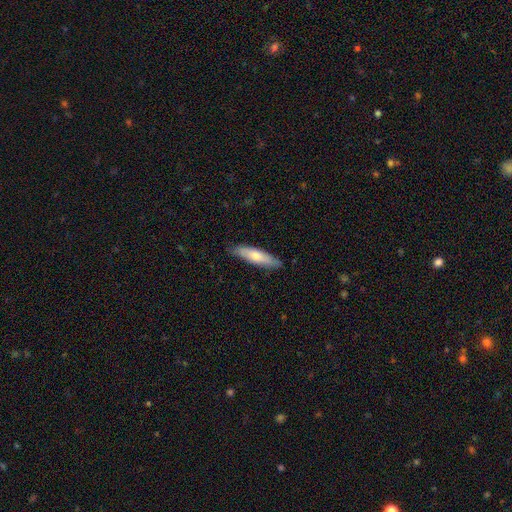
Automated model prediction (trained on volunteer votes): Smooth or featured? Predicted: smooth (p=0.63). How rounded? Predicted: cigar-shaped (p=0.73). Merging? Predicted: none (p=0.85).